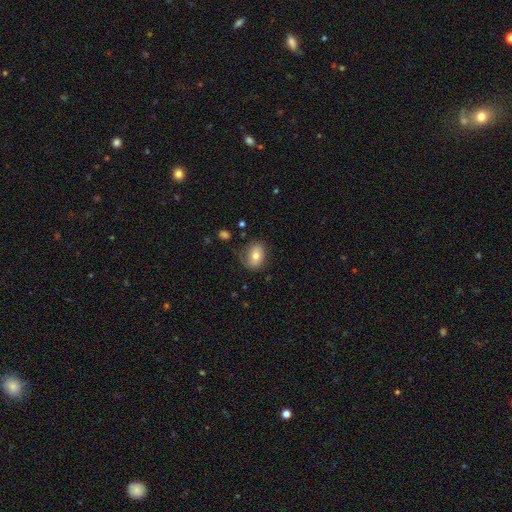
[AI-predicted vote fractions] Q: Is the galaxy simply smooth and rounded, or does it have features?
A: smooth — 68%.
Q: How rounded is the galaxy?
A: in between — 64%.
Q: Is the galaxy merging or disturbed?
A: none — 61%.